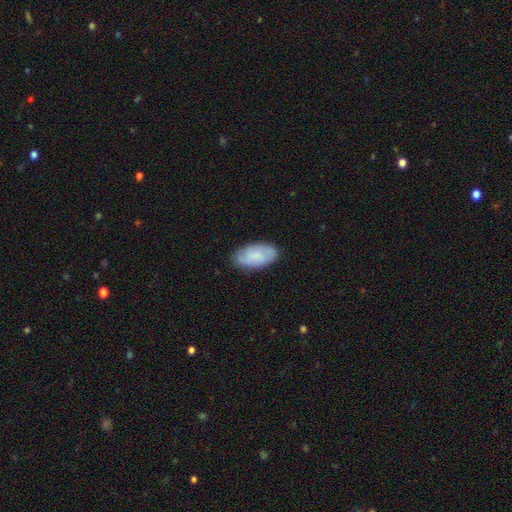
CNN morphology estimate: Overall: smooth (63%; featured or disk 30%). How rounded: in between (94%). Merging: none (81%).